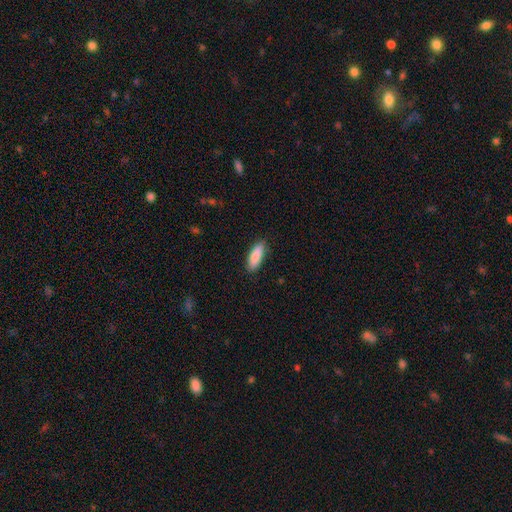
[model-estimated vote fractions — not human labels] The model was most divided on "how rounded": in between: 63%, cigar-shaped: 36%, round: 2%. More confident: smooth or featured — smooth (88%); merging — none (86%).